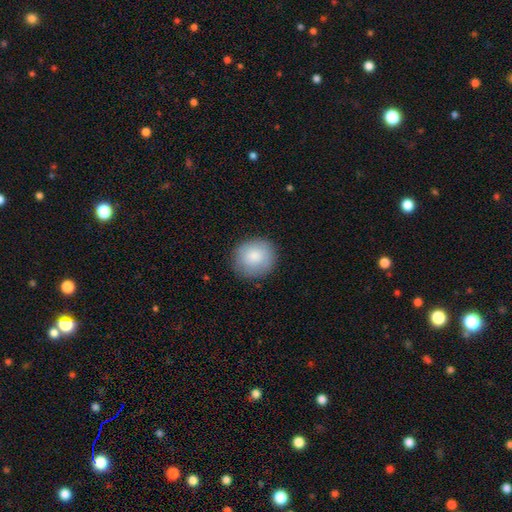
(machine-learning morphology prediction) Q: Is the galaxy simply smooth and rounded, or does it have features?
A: smooth — 84%.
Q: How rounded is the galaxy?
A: round — 84%.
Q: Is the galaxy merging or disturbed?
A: none — 85%.